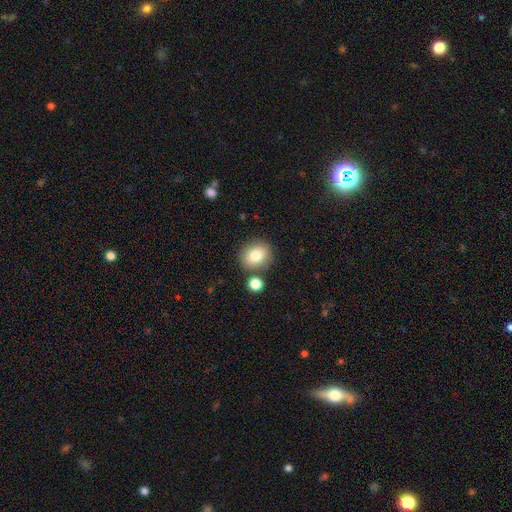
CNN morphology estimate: Overall: smooth (80%). How rounded: round (73%). Merging: none (78%).